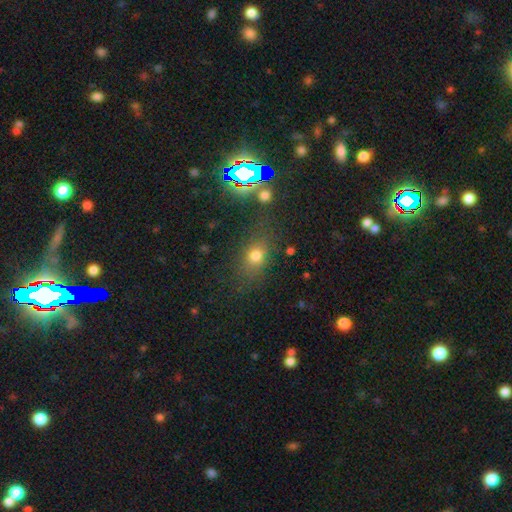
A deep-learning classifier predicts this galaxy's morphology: smooth 71%, star or artifact 19%, featured or disk 10%. Down the decision tree: how rounded — in between (56%); merging — none (73%).